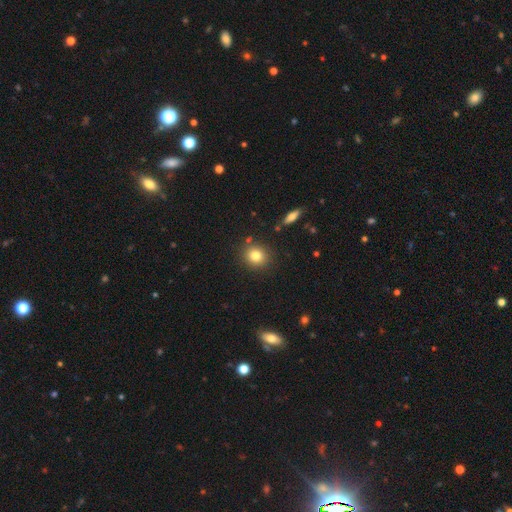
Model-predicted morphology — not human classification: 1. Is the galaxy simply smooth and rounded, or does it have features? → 81% smooth, 11% star or artifact, 8% featured or disk.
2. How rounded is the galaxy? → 81% round, 18% in between, 1% cigar-shaped.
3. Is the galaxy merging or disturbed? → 86% none, 8% minor disturbance, 4% merger, 2% major disturbance.